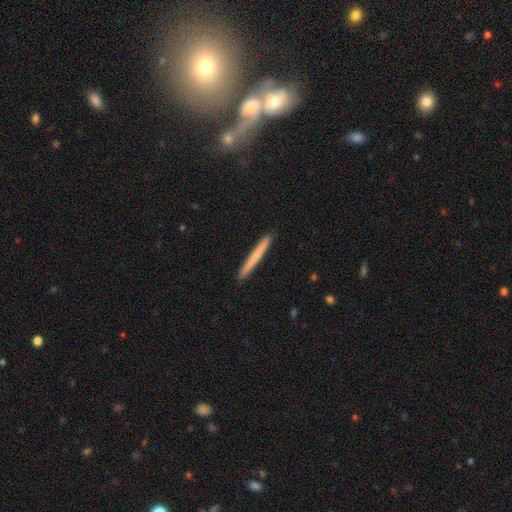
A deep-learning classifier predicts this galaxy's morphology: This appears to be a smooth galaxy with no disk features (63%) that is cigar-shaped (97%). Merging: none (92%).